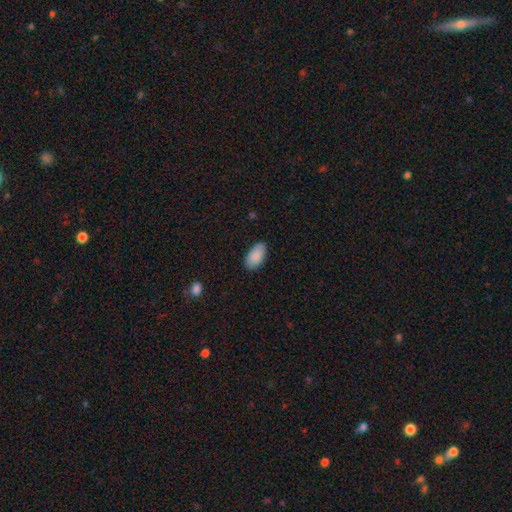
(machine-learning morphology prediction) smooth 89%, star or artifact 7%, featured or disk 4%. Down the decision tree: how rounded — in between (95%); merging — none (83%).